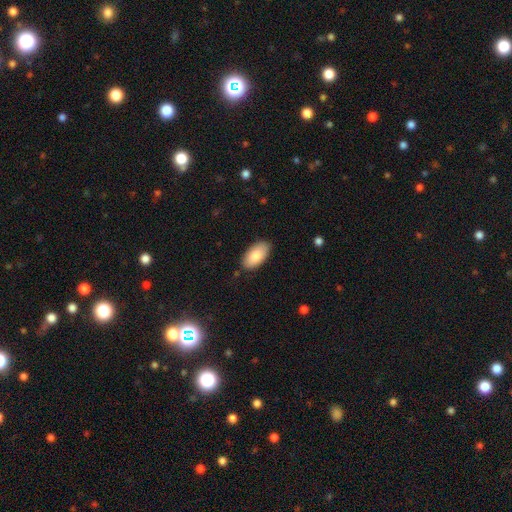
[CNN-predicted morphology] The model was most divided on "merging": none: 85%, minor disturbance: 12%, major disturbance: 2%, merger: 1%. More confident: how rounded — in between (95%); smooth or featured — smooth (84%).